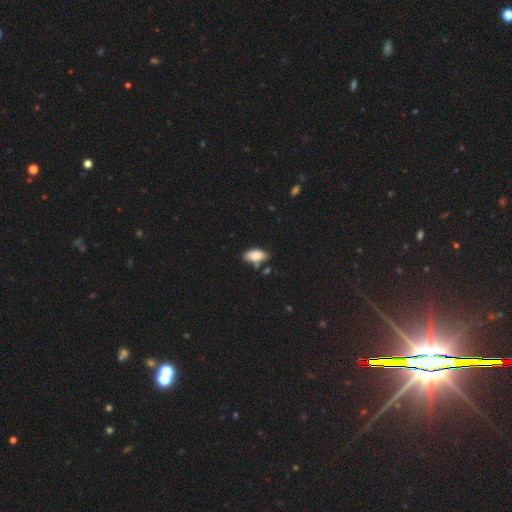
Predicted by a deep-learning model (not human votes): Smooth or featured?
  - smooth: 86% *
  - star or artifact: 7%
  - featured or disk: 7%
How rounded?
  - in between: 92% *
  - cigar-shaped: 5%
  - round: 3%
Merging?
  - none: 64% *
  - minor disturbance: 23%
  - merger: 9%
  - major disturbance: 5%